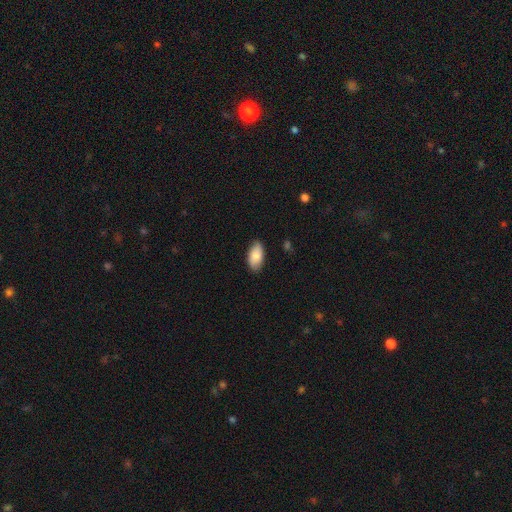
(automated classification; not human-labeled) Q: Smooth or featured?
A: smooth (85%); runner-up: featured or disk (9%)
Q: How rounded?
A: in between (94%); runner-up: cigar-shaped (3%)
Q: Merging?
A: none (83%); runner-up: minor disturbance (14%)